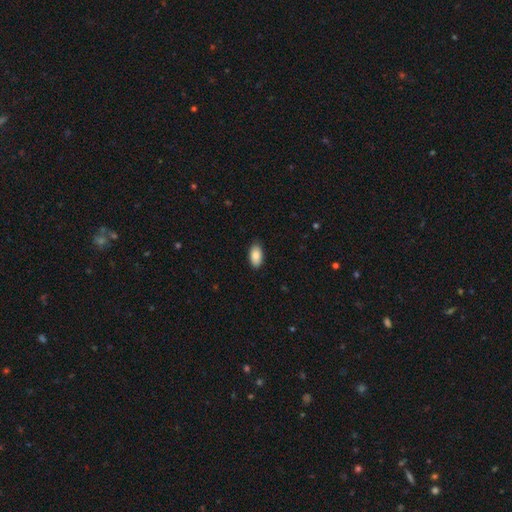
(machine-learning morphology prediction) The model was most divided on "merging": none: 87%, minor disturbance: 10%, major disturbance: 2%, merger: 1%. More confident: how rounded — in between (94%); smooth or featured — smooth (87%).